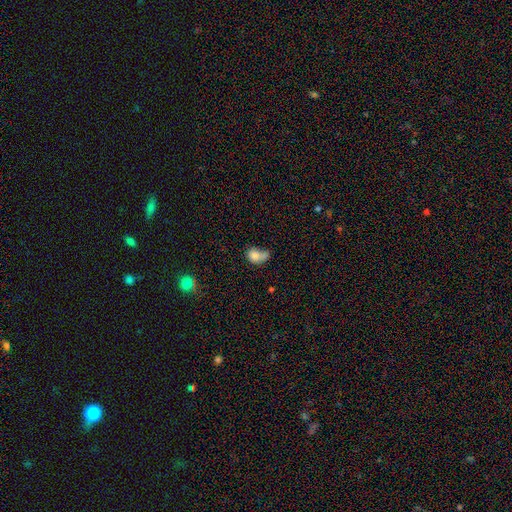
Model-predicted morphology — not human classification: Overall: smooth (76%). How rounded: in between (61%; round 37%). Merging: merger (40%; none 25%).